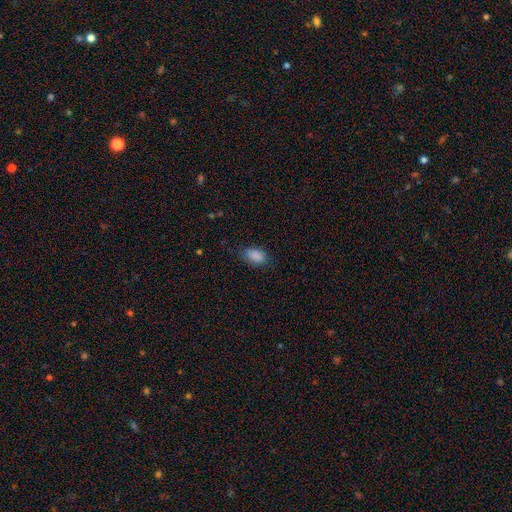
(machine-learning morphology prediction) Overall: smooth (88%). How rounded: in between (92%). Merging: none (75%).